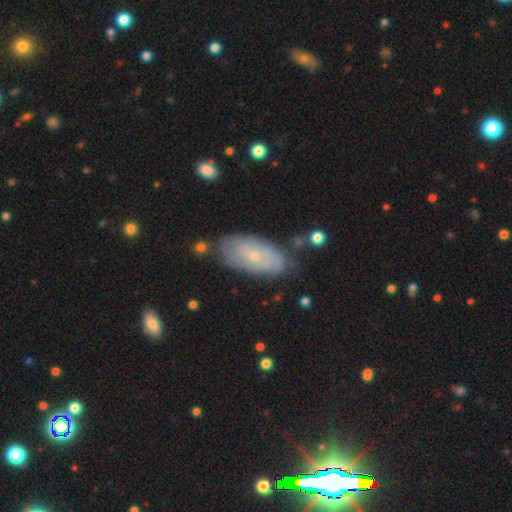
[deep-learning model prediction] Overall: featured or disk (63%; smooth 30%). Edge-on disk: no (91%). Bar: no (77%). Spiral arms: yes (78%). Bulge size: small (76%). Merging: none (72%).